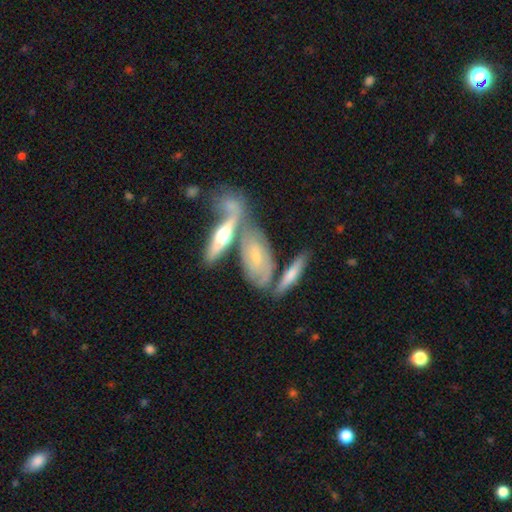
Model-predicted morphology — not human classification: featured or disk 58%, smooth 34%, star or artifact 8%. Down the decision tree: edge-on disk — no (52%); merging — none (45%).